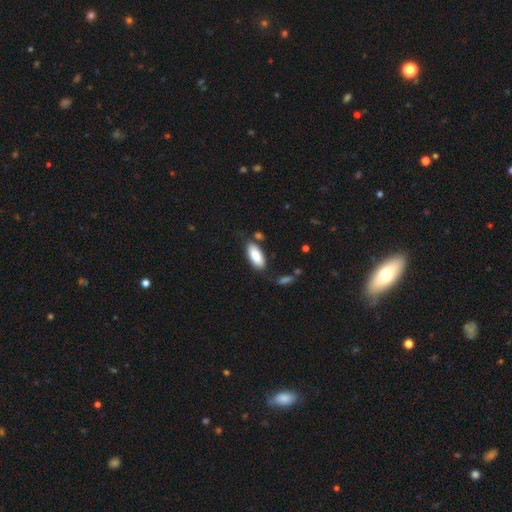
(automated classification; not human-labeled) Smooth or featured: smooth — 85% (featured or disk — 9%)
How rounded: in between — 86% (cigar-shaped — 12%)
Merging: none — 76% (minor disturbance — 15%)